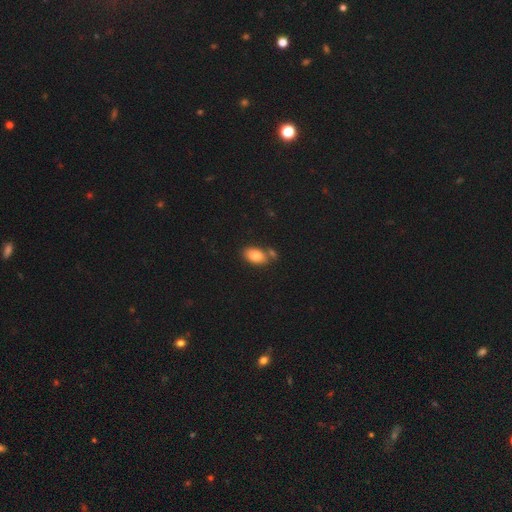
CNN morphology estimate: A smooth galaxy with no disk features (81%) that is in between round and cigar-shaped (91%). Merging: none (61%).